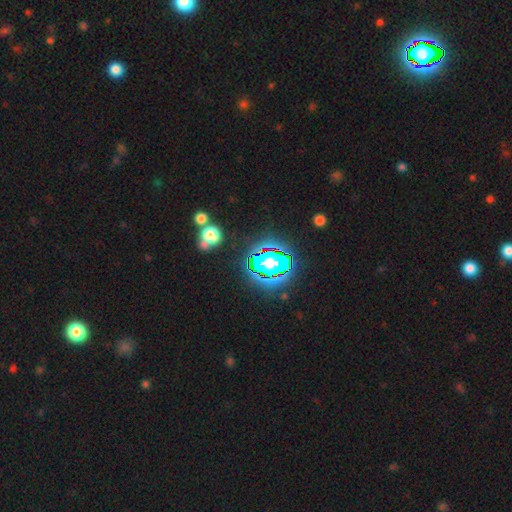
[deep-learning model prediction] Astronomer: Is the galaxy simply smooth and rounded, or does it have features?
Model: star or artifact — 80%.